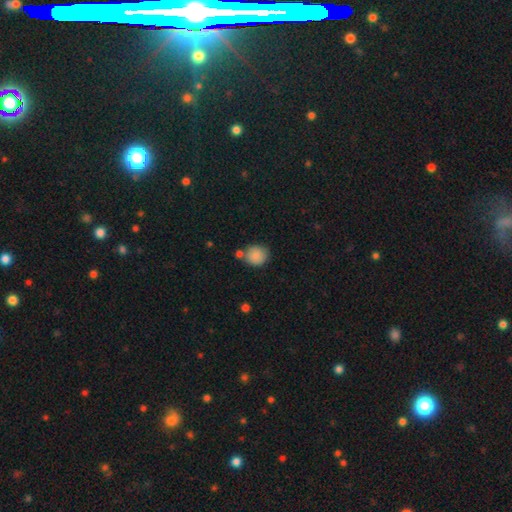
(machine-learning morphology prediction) Overall: smooth (86%). How rounded: round (85%). Merging: none (67%).